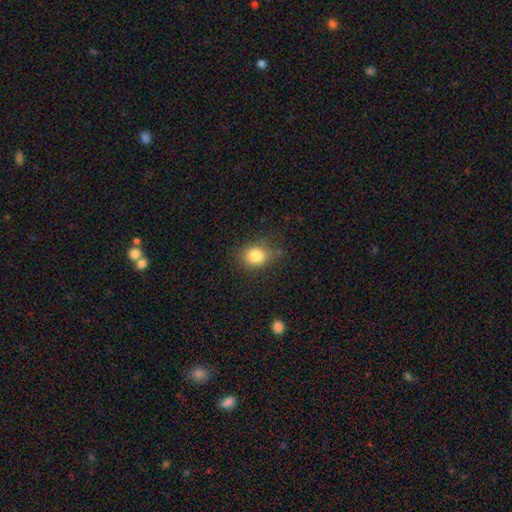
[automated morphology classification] type=smooth (82%); roundness=in between (55%); merging=none (72%).